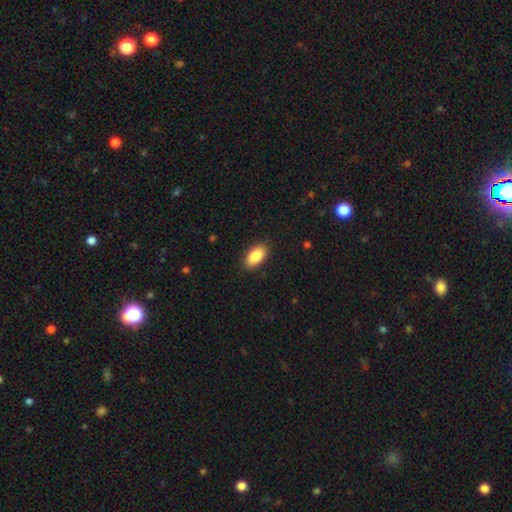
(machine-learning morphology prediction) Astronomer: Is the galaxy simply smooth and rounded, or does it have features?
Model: smooth — 86%.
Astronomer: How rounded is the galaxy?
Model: in between — 93%.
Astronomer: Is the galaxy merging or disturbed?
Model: none — 88%.